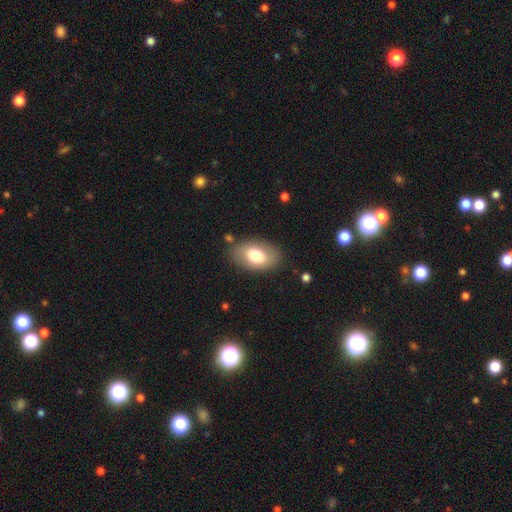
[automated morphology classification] Smooth or featured: smooth — 74% (featured or disk — 19%)
How rounded: in between — 90% (round — 8%)
Merging: none — 81% (minor disturbance — 12%)